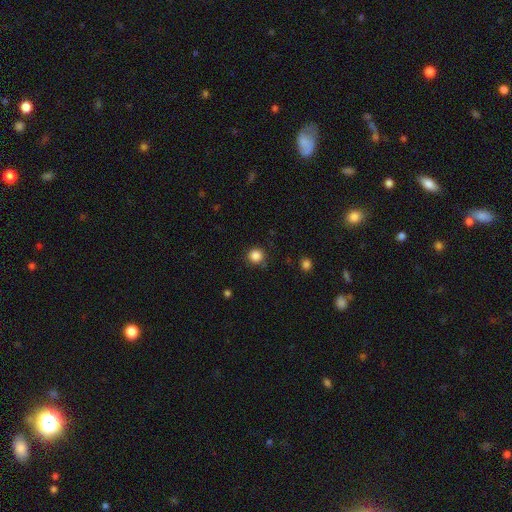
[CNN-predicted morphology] This is clearly a smooth galaxy (85%). How rounded: clearly round (94%). Merging: clearly none (86%).